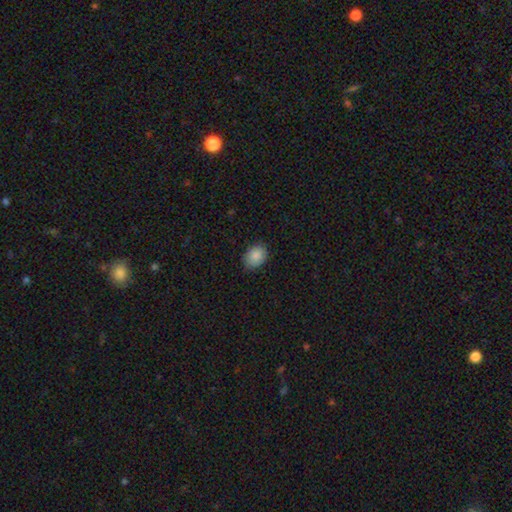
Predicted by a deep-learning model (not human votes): smooth_or_featured: smooth (p=0.88) [alt: star or artifact p=0.08]
how_rounded: in between (p=0.71) [alt: round p=0.28]
merging: none (p=0.82) [alt: minor disturbance p=0.14]